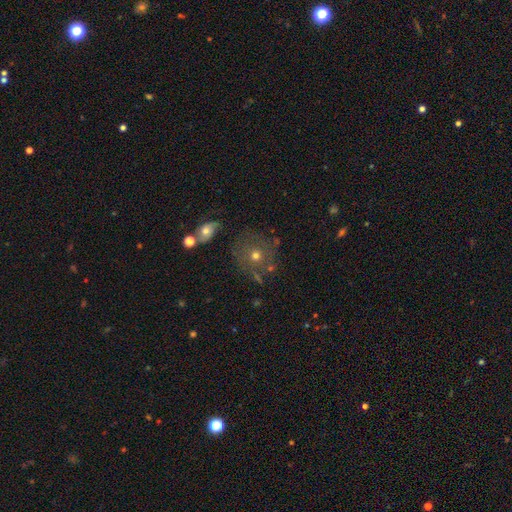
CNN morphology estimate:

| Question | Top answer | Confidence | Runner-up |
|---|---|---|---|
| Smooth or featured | smooth | 55% | featured or disk (29%) |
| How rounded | round | 89% | in between (10%) |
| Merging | none | 69% | minor disturbance (15%) |